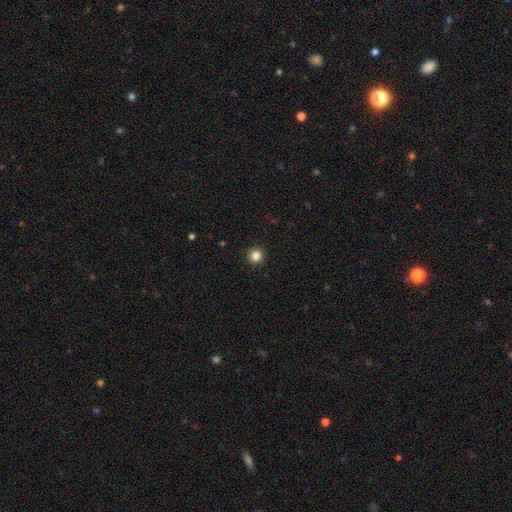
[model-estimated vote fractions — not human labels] Smooth or featured? Predicted: smooth (p=0.85). How rounded? Predicted: round (p=0.96). Merging? Predicted: none (p=0.93).